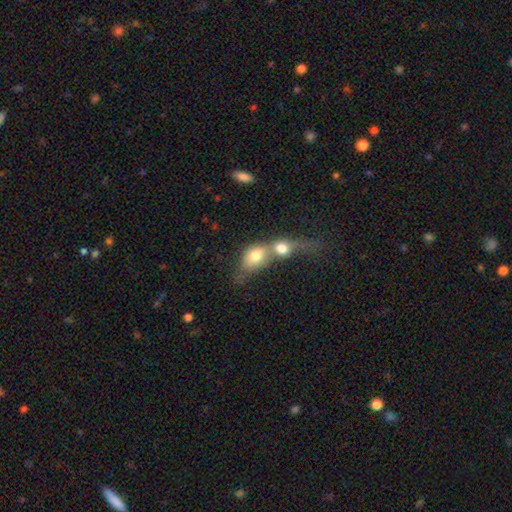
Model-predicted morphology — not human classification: Overall: smooth (70%). How rounded: in between (59%; round 36%). Merging: merger (78%).